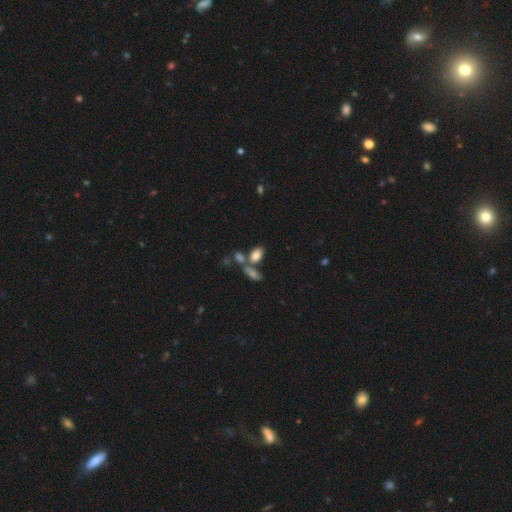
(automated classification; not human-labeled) Overall: smooth (79%). How rounded: in between (90%). Merging: none (47%; merger 37%).